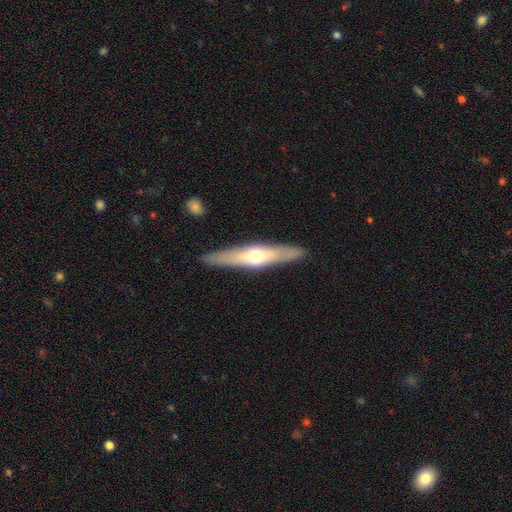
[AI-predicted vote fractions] Smooth or featured: featured or disk — 55% (smooth — 40%)
Edge-on disk: yes — 87% (no — 13%)
Merging: none — 90% (minor disturbance — 7%)